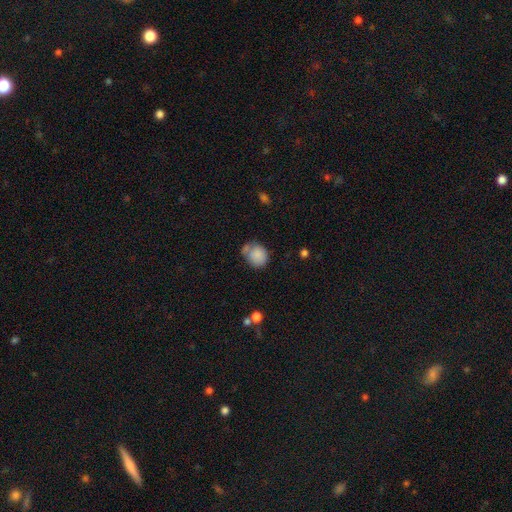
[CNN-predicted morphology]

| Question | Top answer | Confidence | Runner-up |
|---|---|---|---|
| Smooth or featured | smooth | 83% | featured or disk (8%) |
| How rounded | round | 63% | in between (36%) |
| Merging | none | 48% | minor disturbance (24%) |